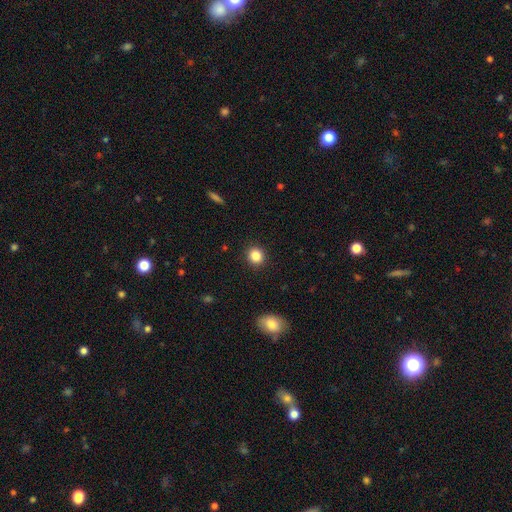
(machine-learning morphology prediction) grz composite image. It shows a smooth galaxy with no disk features (86%) that is round (84%). Merging: none (91%).